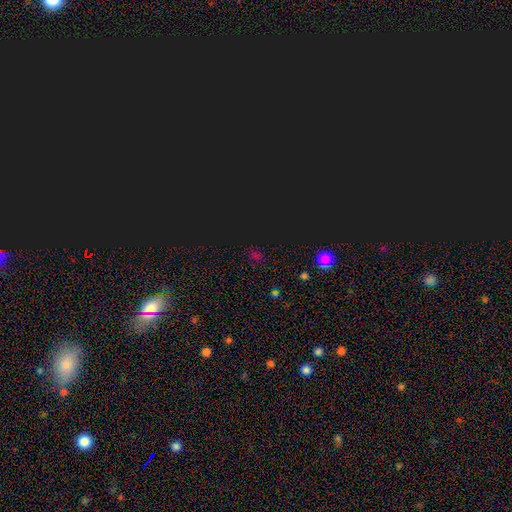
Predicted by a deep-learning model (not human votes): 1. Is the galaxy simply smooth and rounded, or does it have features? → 67% star or artifact, 27% smooth, 6% featured or disk.